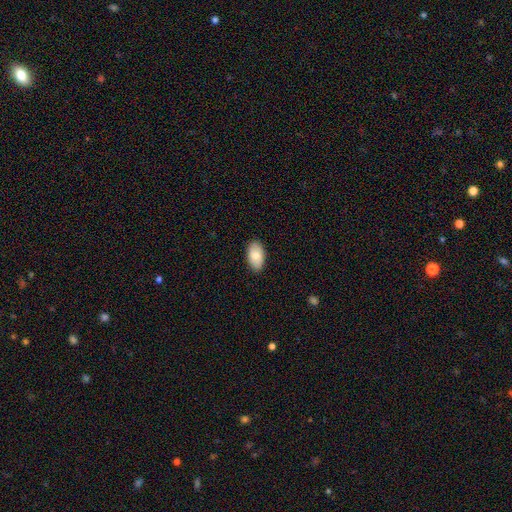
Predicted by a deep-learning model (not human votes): smooth-or-featured: smooth: 84% | featured or disk: 10% | star or artifact: 6%
  how-rounded: in between: 95% | round: 3% | cigar-shaped: 2%
  merging: none: 87% | minor disturbance: 10% | major disturbance: 2% | merger: 1%